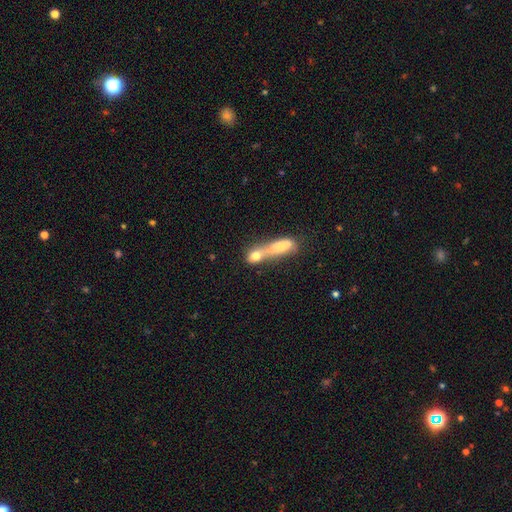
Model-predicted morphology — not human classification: Smooth or featured?
  - smooth: 72% *
  - featured or disk: 18%
  - star or artifact: 10%
How rounded?
  - in between: 43% *
  - round: 37%
  - cigar-shaped: 20%
Merging?
  - merger: 66% *
  - none: 17%
  - major disturbance: 10%
  - minor disturbance: 8%